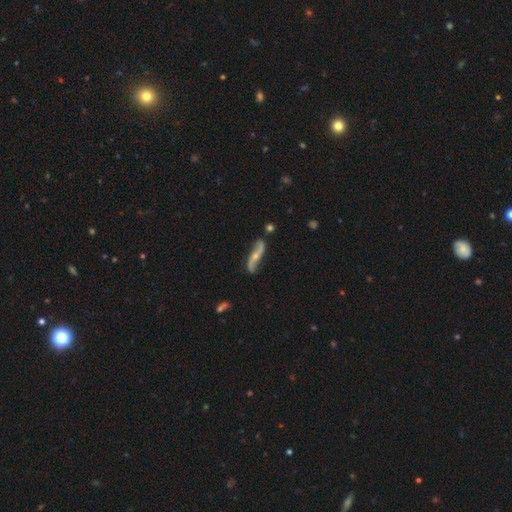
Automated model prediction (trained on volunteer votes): Smooth or featured? featured or disk (80%)
Edge-on disk? no (80%)
Bar? no (57%)
Spiral arms? yes (93%)
Spiral winding? loose (87%)
Spiral arm count? 2 (93%)
Bulge size? small (55%)
Merging? none (76%)